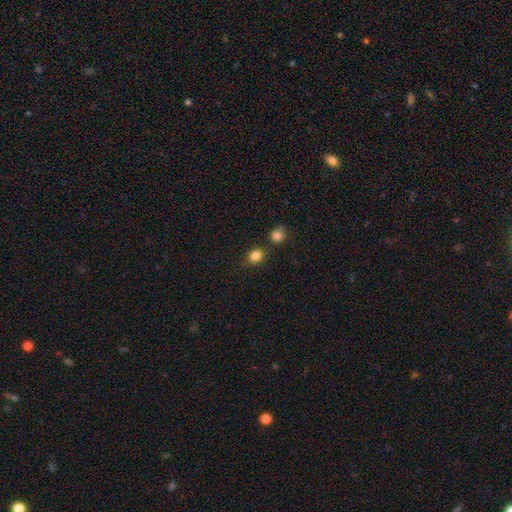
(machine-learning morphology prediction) This appears to be a smooth galaxy with no disk features (84%) that is round (70%). Merging: none (75%).